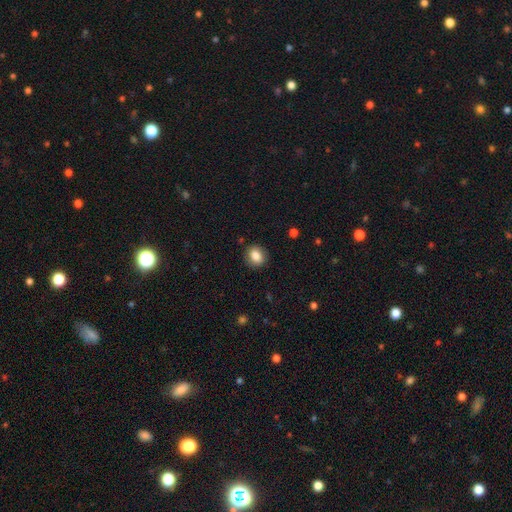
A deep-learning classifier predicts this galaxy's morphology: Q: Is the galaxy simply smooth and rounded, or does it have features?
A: smooth — 85%.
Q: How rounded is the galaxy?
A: round — 61%.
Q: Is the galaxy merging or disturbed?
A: none — 87%.